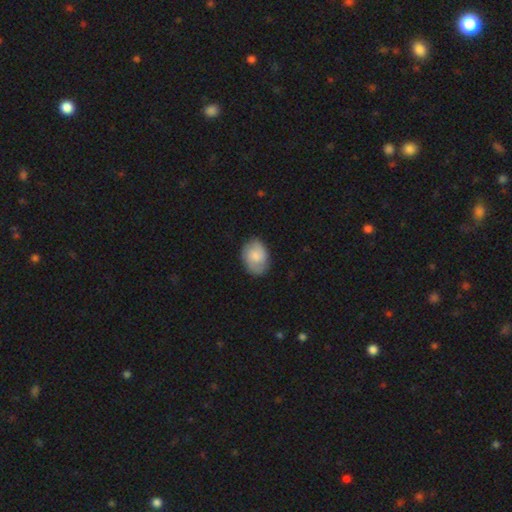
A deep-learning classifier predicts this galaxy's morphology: Smooth or featured: smooth — 62% (featured or disk — 31%)
How rounded: in between — 72% (round — 27%)
Merging: none — 77% (minor disturbance — 18%)